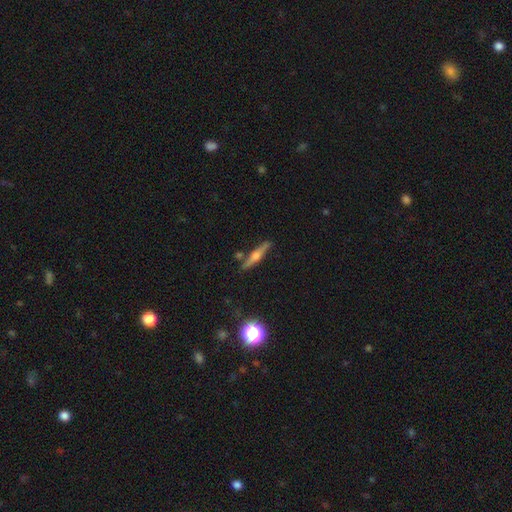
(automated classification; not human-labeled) Morphology: type=featured or disk (63%); edge-on=yes (96%); edge-on bulge=rounded (87%); merging=none (84%).